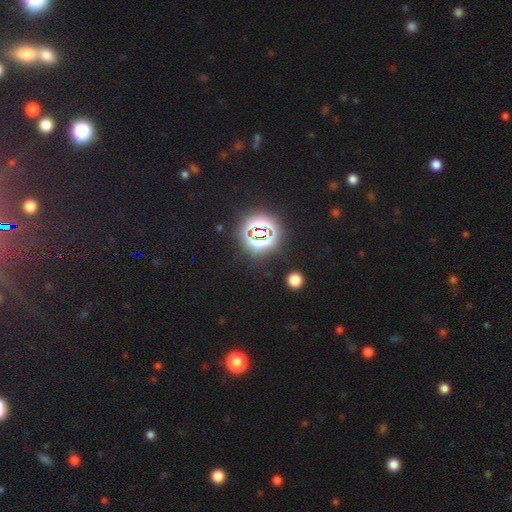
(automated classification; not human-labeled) Smooth or featured? star or artifact (80%)